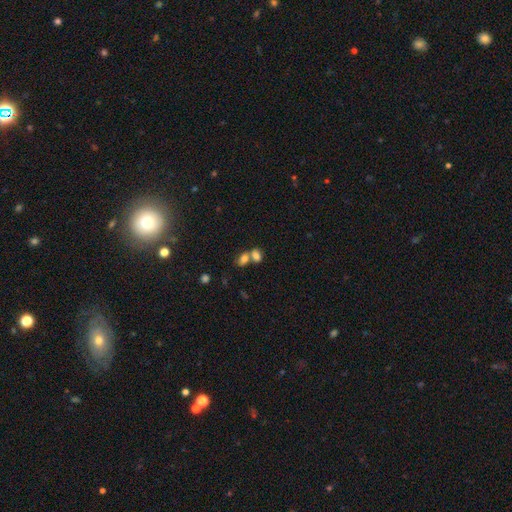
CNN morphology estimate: smooth-or-featured: smooth: 77% | featured or disk: 12% | star or artifact: 11%
  how-rounded: in between: 75% | round: 22% | cigar-shaped: 2%
  merging: merger: 62% | none: 27% | minor disturbance: 7% | major disturbance: 4%